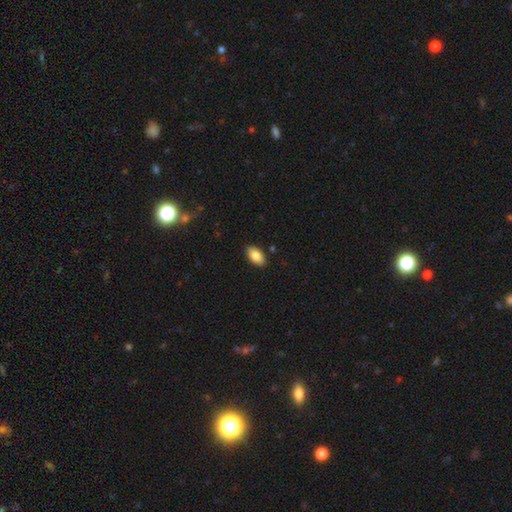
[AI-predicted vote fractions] The model was most divided on "smooth or featured": smooth: 85%, featured or disk: 8%, star or artifact: 7%. More confident: how rounded — in between (93%); merging — none (88%).